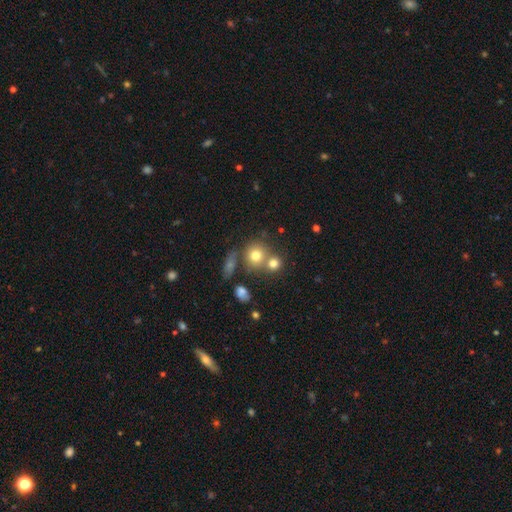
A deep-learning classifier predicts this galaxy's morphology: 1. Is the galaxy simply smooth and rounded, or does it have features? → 74% smooth, 13% star or artifact, 13% featured or disk.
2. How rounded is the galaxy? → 82% round, 17% in between, 1% cigar-shaped.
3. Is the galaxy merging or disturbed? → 50% none, 36% merger, 10% minor disturbance, 5% major disturbance.